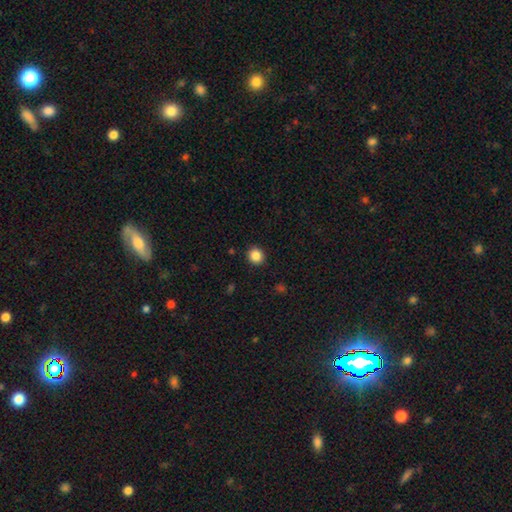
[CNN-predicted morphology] Overall: smooth (86%). How rounded: round (85%). Merging: none (91%).